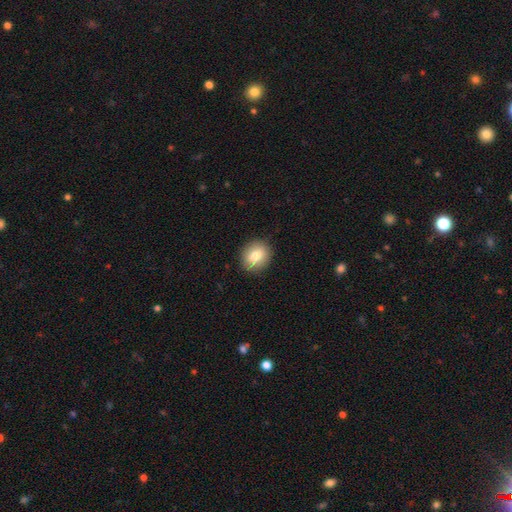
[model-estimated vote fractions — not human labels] smooth 80%, featured or disk 12%, star or artifact 8%. Down the decision tree: how rounded — round (64%); merging — none (89%).